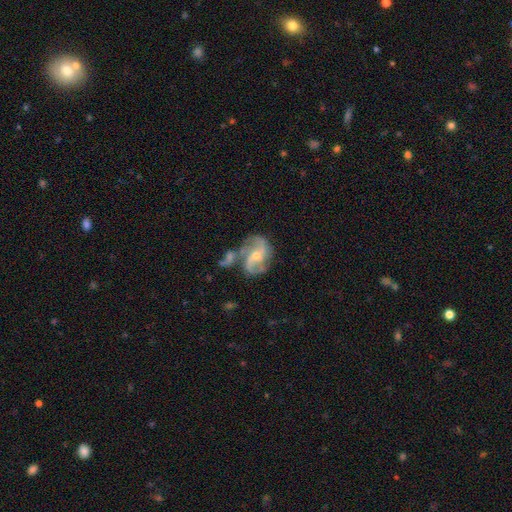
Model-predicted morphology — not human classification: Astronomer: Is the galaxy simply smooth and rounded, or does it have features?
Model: featured or disk — 86%.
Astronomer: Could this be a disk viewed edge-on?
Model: no — 98%.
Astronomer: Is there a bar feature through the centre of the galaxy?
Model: no — 49% (runner-up: weak, 39%).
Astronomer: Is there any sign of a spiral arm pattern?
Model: yes — 95%.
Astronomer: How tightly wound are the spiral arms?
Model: medium — 48% (runner-up: loose, 36%).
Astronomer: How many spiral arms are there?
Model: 2 — 69%.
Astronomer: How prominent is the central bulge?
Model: small — 59% (runner-up: moderate, 37%).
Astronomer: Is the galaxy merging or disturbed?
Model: none — 42% (runner-up: merger, 26%).